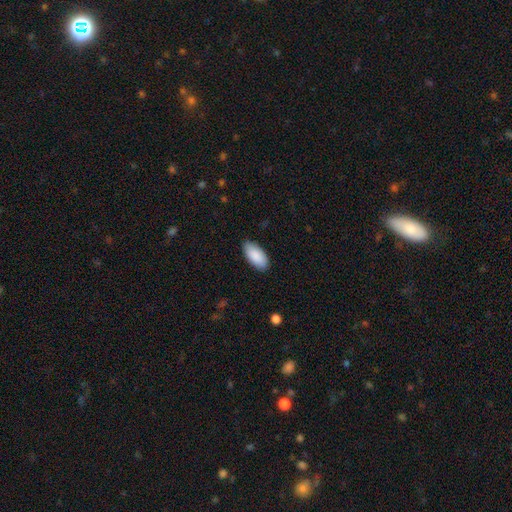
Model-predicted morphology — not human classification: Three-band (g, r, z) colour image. It shows a smooth galaxy with no disk features (90%) that is in between round and cigar-shaped (93%). Merging: none (85%).